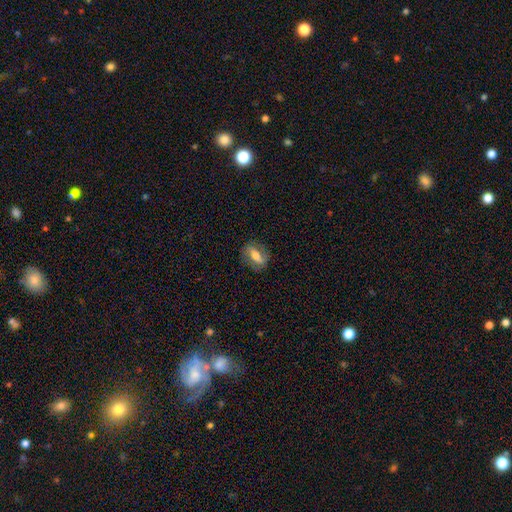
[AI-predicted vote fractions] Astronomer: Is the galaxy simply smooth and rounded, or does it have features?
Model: featured or disk — 56% (runner-up: smooth, 37%).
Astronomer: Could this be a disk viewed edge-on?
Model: no — 87%.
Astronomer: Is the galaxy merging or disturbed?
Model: none — 78%.